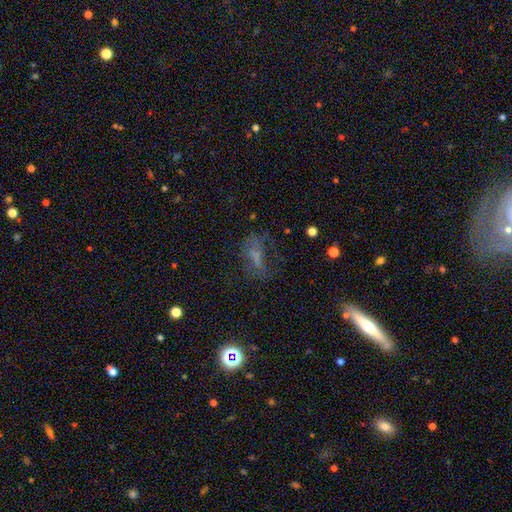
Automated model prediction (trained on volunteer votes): Morphology: type=smooth (43%); merging=none (45%).